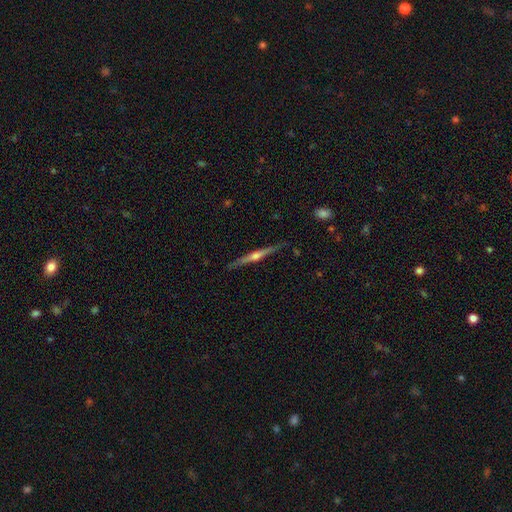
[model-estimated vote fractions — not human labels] Overall: featured or disk (77%). Edge-on disk: yes (98%). Edge-on bulge: rounded (87%). Merging: none (87%).